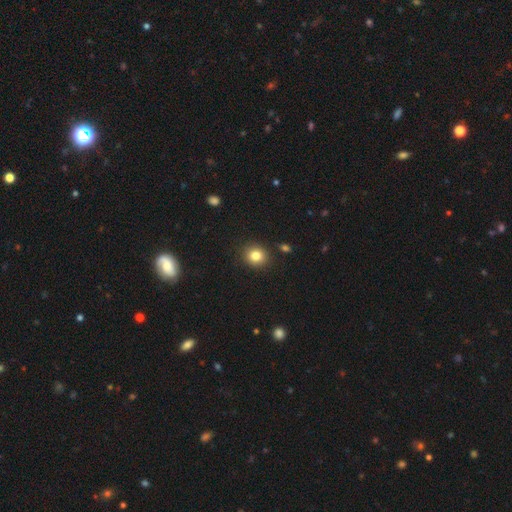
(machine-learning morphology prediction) The model was most divided on "how rounded": round: 80%, in between: 19%, cigar-shaped: 1%. More confident: merging — none (89%); smooth or featured — smooth (83%).